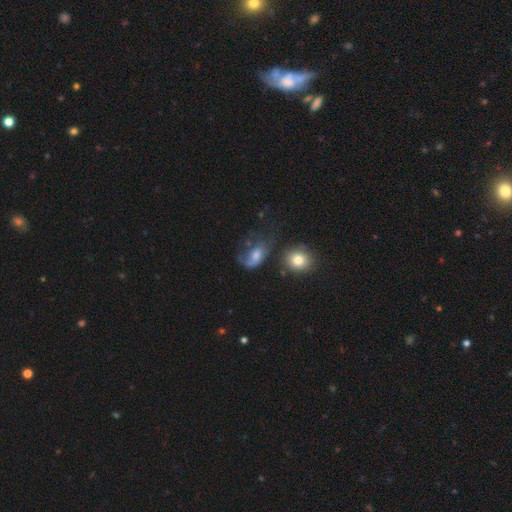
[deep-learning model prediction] Overall: smooth (51%; featured or disk 38%). How rounded: in between (77%). Merging: major disturbance (43%; none 26%).